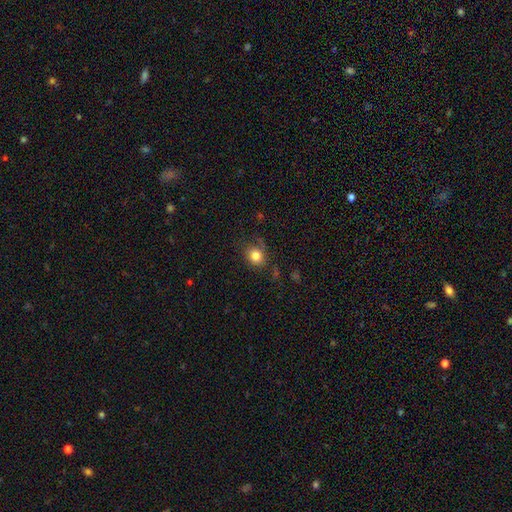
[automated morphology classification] This appears to be a smooth galaxy with no disk features (81%) that is round (70%). Merging: none (70%).